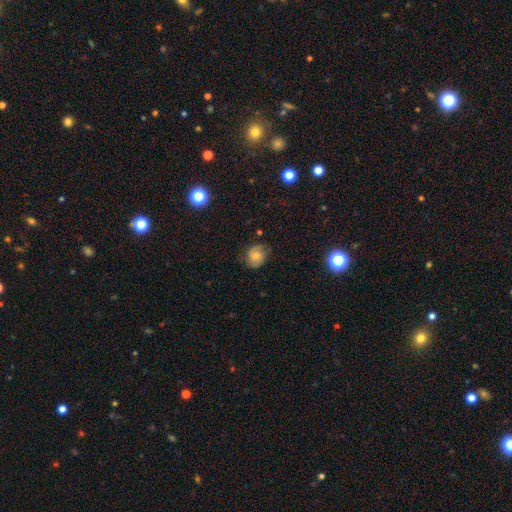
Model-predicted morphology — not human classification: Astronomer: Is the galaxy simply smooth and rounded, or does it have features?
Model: smooth — 53% (runner-up: featured or disk, 36%).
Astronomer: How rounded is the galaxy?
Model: round — 66%.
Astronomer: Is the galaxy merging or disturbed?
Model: none — 68%.